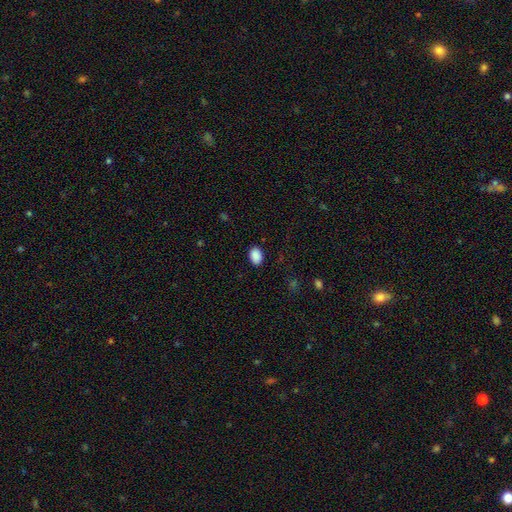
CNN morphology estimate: Overall: smooth (89%). How rounded: in between (82%). Merging: none (87%).